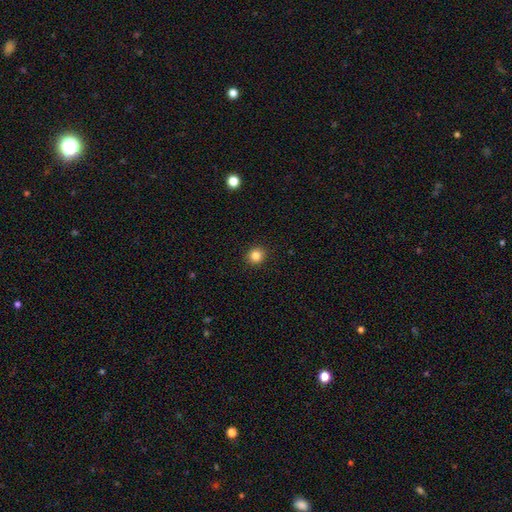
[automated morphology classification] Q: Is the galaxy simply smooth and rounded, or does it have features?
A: smooth — 84%.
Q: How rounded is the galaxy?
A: round — 91%.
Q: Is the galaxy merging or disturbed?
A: none — 93%.